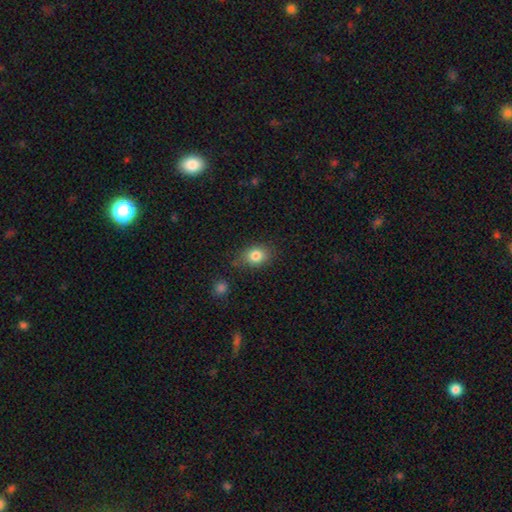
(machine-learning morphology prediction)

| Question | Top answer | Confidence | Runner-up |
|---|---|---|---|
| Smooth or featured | smooth | 82% | star or artifact (10%) |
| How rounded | in between | 57% | round (42%) |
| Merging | none | 75% | minor disturbance (17%) |